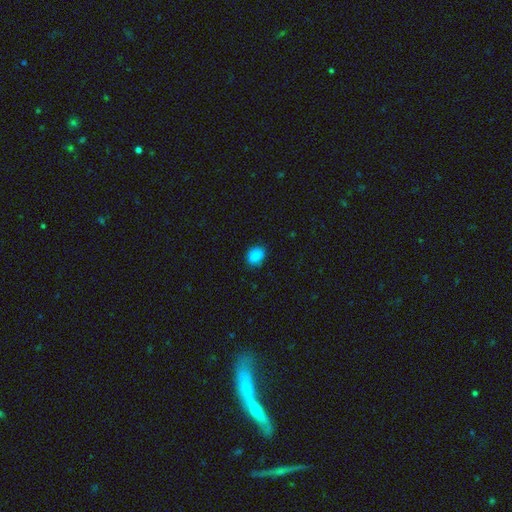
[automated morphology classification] type=smooth (88%); roundness=in between (57%); merging=none (82%).